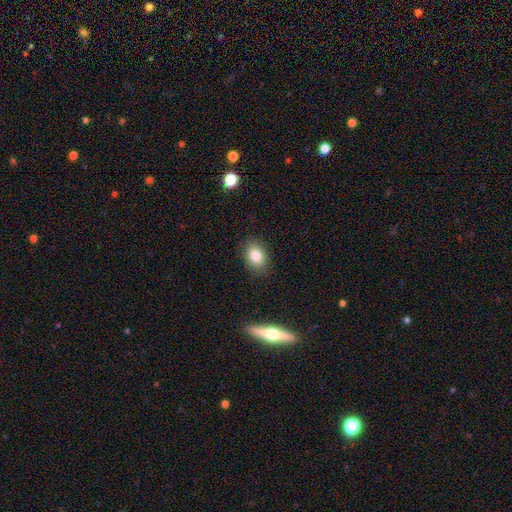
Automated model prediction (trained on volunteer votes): Smooth or featured? Predicted: smooth (p=0.83). How rounded? Predicted: in between (p=0.76). Merging? Predicted: none (p=0.86).